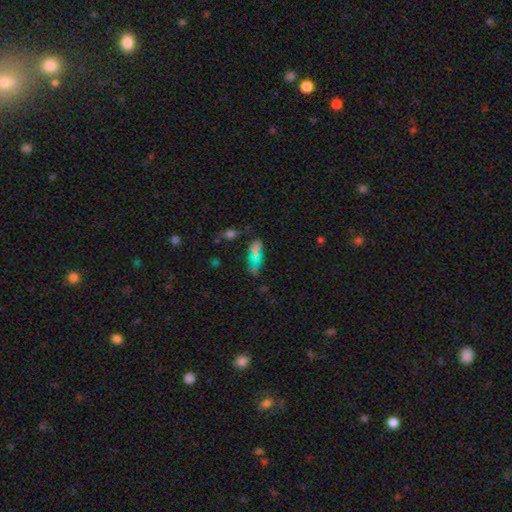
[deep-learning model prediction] The model was most divided on "smooth or featured": smooth: 57%, star or artifact: 28%, featured or disk: 15%. More confident: how rounded — in between (80%); merging — none (65%).